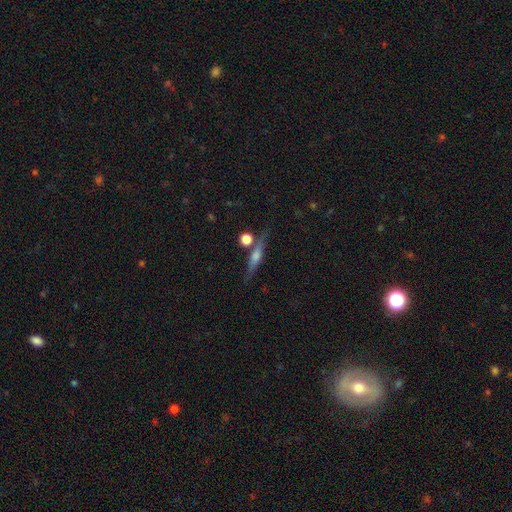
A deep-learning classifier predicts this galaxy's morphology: Smooth or featured?
  - featured or disk: 69% *
  - smooth: 21%
  - star or artifact: 9%
Edge-on disk?
  - yes: 96% *
  - no: 4%
Edge-on bulge?
  - rounded: 81% *
  - boxy: 12%
  - none: 8%
Merging?
  - none: 80% *
  - minor disturbance: 9%
  - merger: 8%
  - major disturbance: 3%